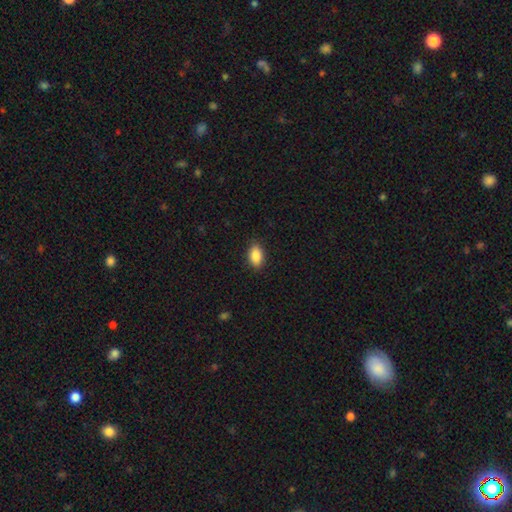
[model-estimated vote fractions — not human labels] Smooth or featured? Predicted: smooth (p=0.88). How rounded? Predicted: in between (p=0.91). Merging? Predicted: none (p=0.88).